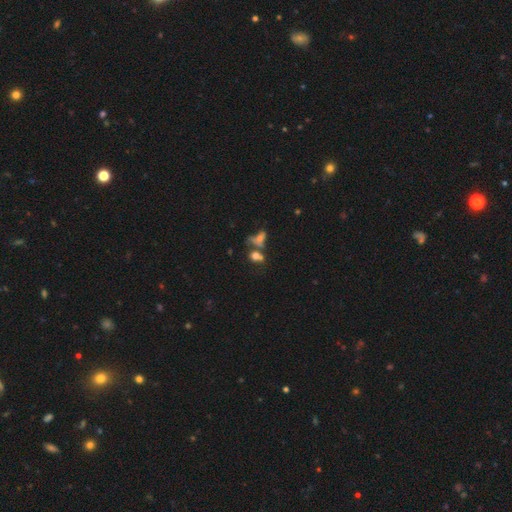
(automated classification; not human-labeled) Smooth or featured? smooth (64%)
How rounded? in between (59%)
Merging? merger (43%)